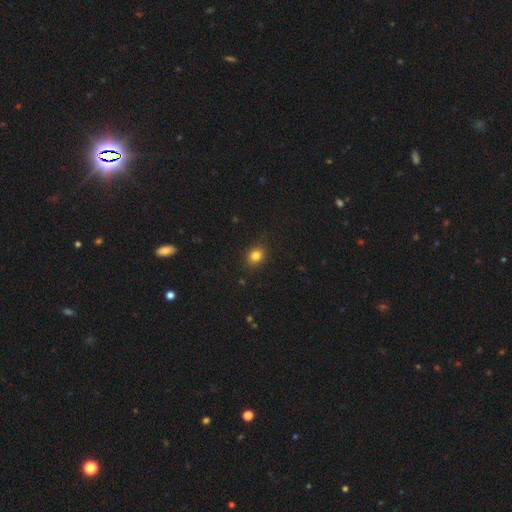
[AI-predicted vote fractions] Smooth or featured? Predicted: smooth (p=0.82). How rounded? Predicted: round (p=0.61). Merging? Predicted: none (p=0.87).